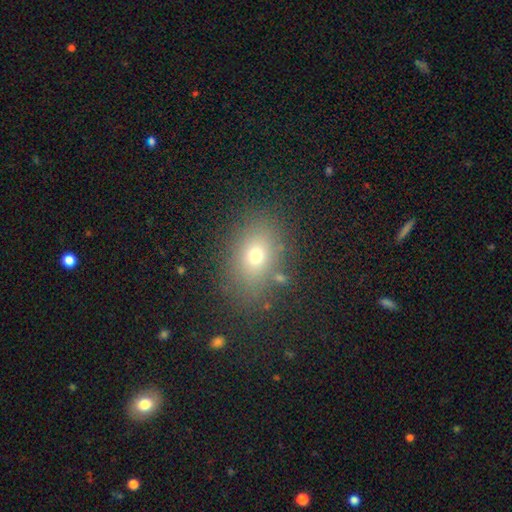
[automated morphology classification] Overall: smooth (69%). How rounded: in between (70%). Merging: none (81%).